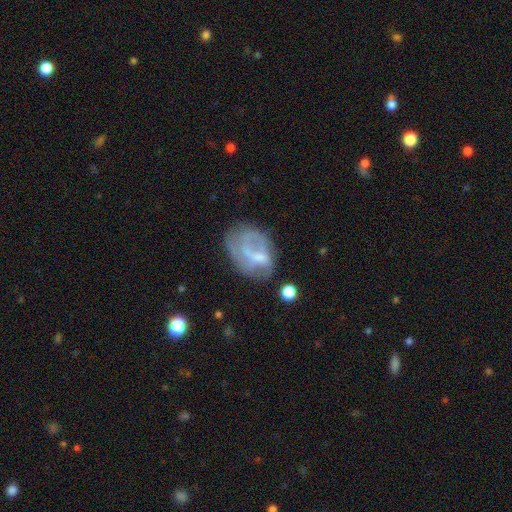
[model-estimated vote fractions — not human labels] Q: Smooth or featured?
A: featured or disk (55%); runner-up: smooth (35%)
Q: Edge-on disk?
A: no (96%); runner-up: yes (4%)
Q: Bar?
A: no (50%); runner-up: weak (37%)
Q: Spiral arms?
A: no (58%); runner-up: yes (42%)
Q: Bulge size?
A: none (41%); runner-up: small (32%)
Q: Merging?
A: none (45%); runner-up: minor disturbance (26%)